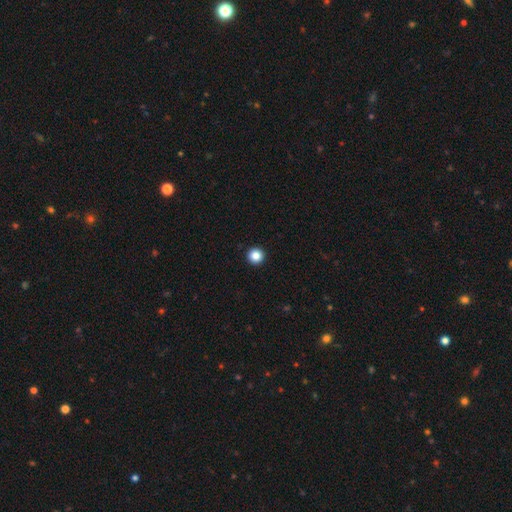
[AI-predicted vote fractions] Smooth or featured? Predicted: smooth (p=0.86). How rounded? Predicted: round (p=0.96). Merging? Predicted: none (p=0.94).